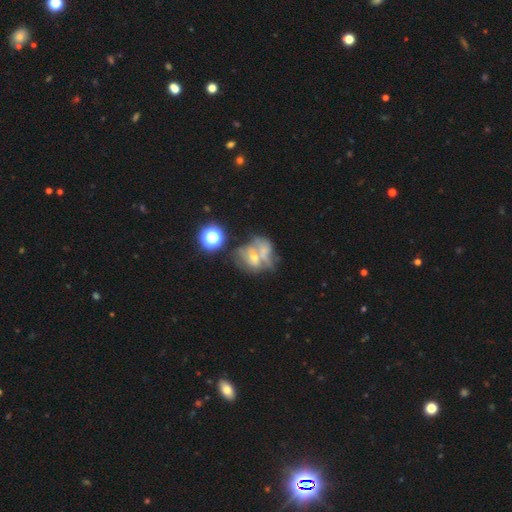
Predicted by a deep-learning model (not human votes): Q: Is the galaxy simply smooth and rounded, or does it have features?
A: featured or disk — 46%.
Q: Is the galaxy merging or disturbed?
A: merger — 55%.